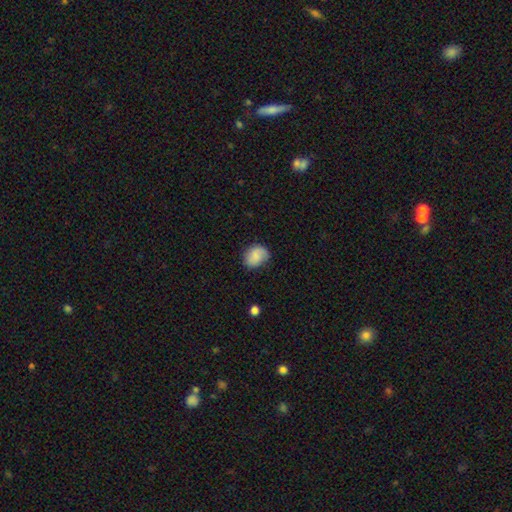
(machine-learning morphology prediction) This is likely a smooth galaxy (77%). How rounded: possibly in between (56%). Merging: likely none (67%).